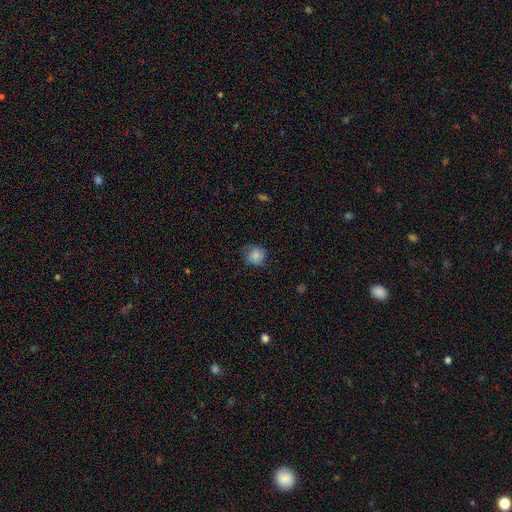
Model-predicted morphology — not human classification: Q: Smooth or featured?
A: smooth (76%); runner-up: featured or disk (15%)
Q: How rounded?
A: round (82%); runner-up: in between (17%)
Q: Merging?
A: none (64%); runner-up: minor disturbance (25%)